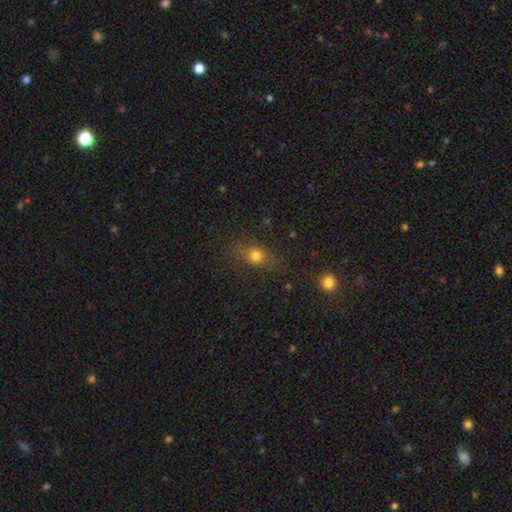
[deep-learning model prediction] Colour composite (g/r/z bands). It shows a smooth galaxy with no disk features (69%) that is in between round and cigar-shaped (53%). Merging: none (75%).